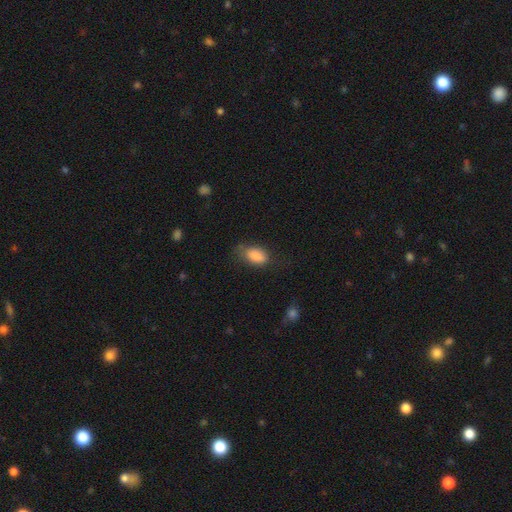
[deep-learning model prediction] smooth_or_featured: smooth (p=0.85) [alt: featured or disk p=0.07]
how_rounded: in between (p=0.91) [alt: round p=0.05]
merging: none (p=0.60) [alt: minor disturbance p=0.28]